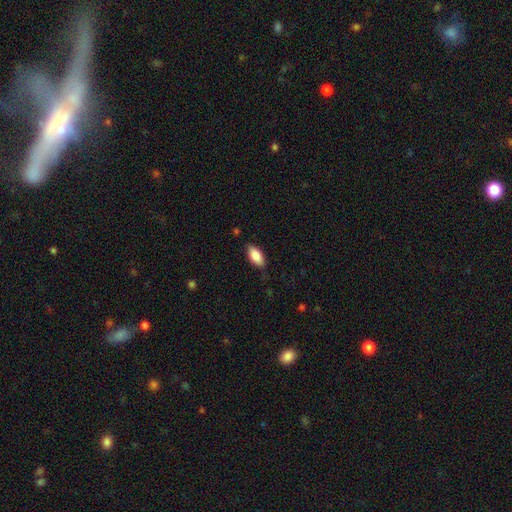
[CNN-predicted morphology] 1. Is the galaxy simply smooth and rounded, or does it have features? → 86% smooth, 8% featured or disk, 6% star or artifact.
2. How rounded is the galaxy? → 90% in between, 7% cigar-shaped, 2% round.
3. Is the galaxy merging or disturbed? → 81% none, 15% minor disturbance, 3% major disturbance, 1% merger.